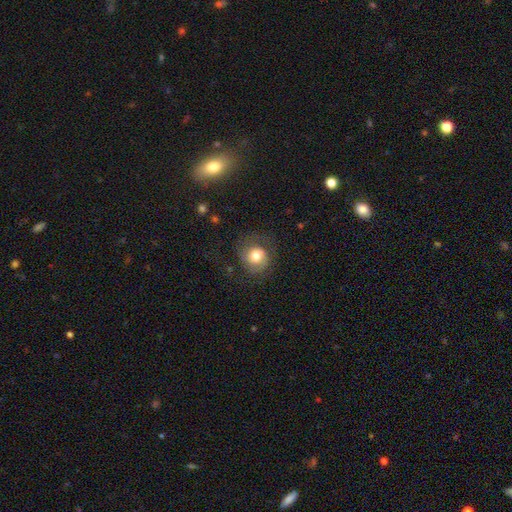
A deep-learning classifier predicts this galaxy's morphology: Smooth or featured? smooth (60%)
How rounded? round (82%)
Merging? none (64%)